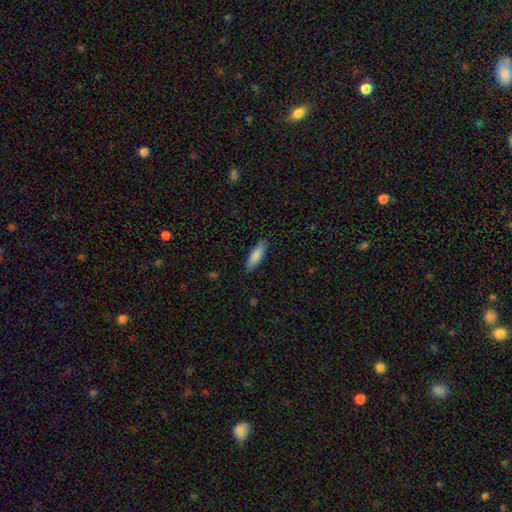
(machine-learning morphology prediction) This appears to be a smooth galaxy with no disk features (86%) that is cigar-shaped (50%). Merging: none (85%).